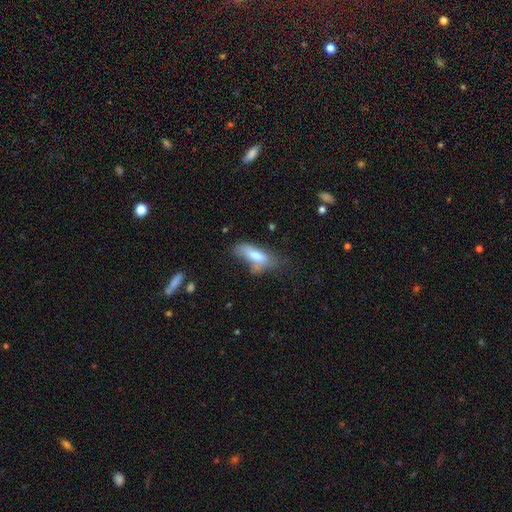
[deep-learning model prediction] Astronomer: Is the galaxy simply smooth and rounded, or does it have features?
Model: smooth — 70%.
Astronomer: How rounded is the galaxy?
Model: in between — 66%.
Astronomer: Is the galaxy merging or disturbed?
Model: none — 40% (runner-up: minor disturbance, 31%).